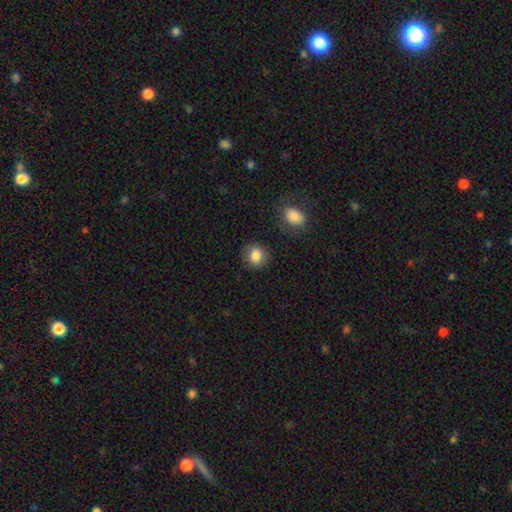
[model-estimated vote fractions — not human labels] Smooth or featured: smooth — 84% (star or artifact — 9%)
How rounded: round — 75% (in between — 24%)
Merging: none — 83% (minor disturbance — 11%)